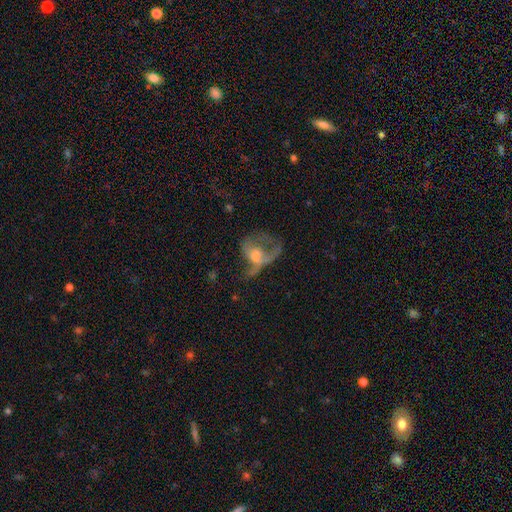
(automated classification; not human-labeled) smooth-or-featured: featured or disk: 54% | smooth: 34% | star or artifact: 12%
  disk-edge-on: no: 95% | yes: 5%
    bar: no: 78% | weak: 18% | strong: 5%
    has-spiral-arms: no: 70% | yes: 30%
    bulge-size: moderate: 54% | small: 21% | large: 13% | none: 10% | dominant: 2%
  merging: major disturbance: 61% | none: 18% | minor disturbance: 14% | merger: 7%